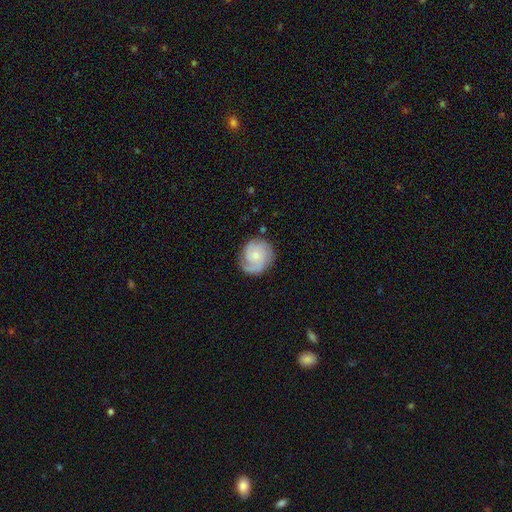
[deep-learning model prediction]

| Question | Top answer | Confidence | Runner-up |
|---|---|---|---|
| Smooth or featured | featured or disk | 73% | smooth (21%) |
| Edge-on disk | no | 98% | yes (2%) |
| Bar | no | 75% | weak (22%) |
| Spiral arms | yes | 95% | no (5%) |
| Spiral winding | tight | 52% | medium (36%) |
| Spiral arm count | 3 | 36% | 2 (26%) |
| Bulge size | small | 65% | moderate (30%) |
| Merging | none | 77% | minor disturbance (16%) |